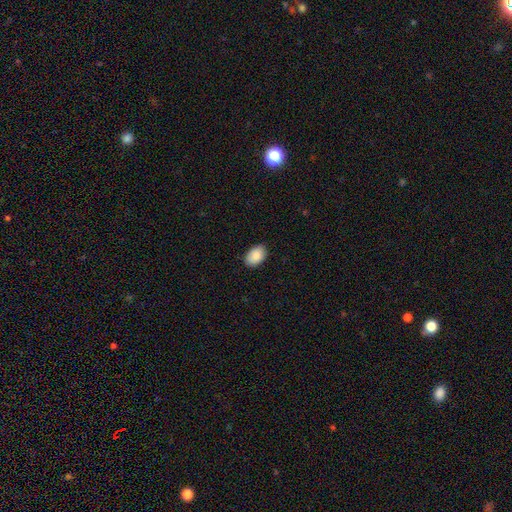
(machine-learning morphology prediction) A smooth galaxy with no disk features (88%) that is in between round and cigar-shaped (90%).

Vote fractions:
- Smooth or featured? smooth: 88% / star or artifact: 7% / featured or disk: 5%
- How rounded? in between: 90% / round: 9% / cigar-shaped: 1%
- Merging? none: 88% / minor disturbance: 10% / major disturbance: 2% / merger: 1%